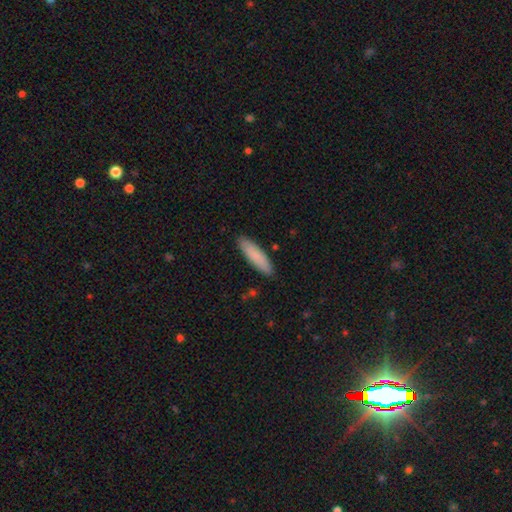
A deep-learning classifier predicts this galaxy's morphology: Smooth or featured?
  - smooth: 86% *
  - featured or disk: 9%
  - star or artifact: 6%
How rounded?
  - cigar-shaped: 71% *
  - in between: 28%
  - round: 1%
Merging?
  - none: 89% *
  - minor disturbance: 8%
  - major disturbance: 2%
  - merger: 1%